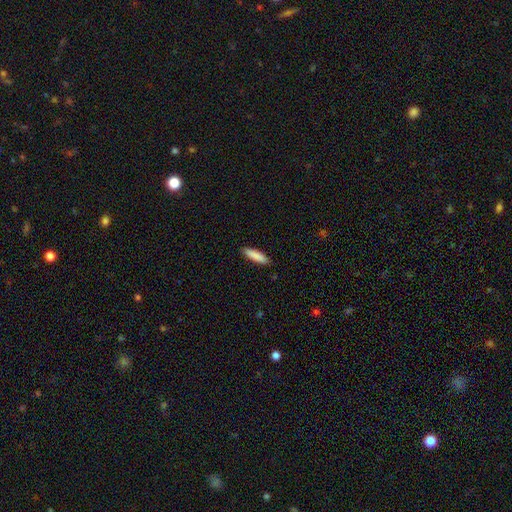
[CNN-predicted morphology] Smooth or featured? smooth (87%)
How rounded? cigar-shaped (76%)
Merging? none (89%)